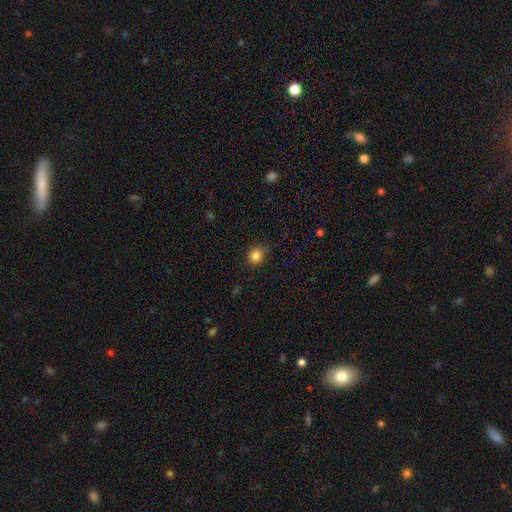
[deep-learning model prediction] Smooth or featured? Predicted: smooth (p=0.83). How rounded? Predicted: round (p=0.80). Merging? Predicted: none (p=0.76).